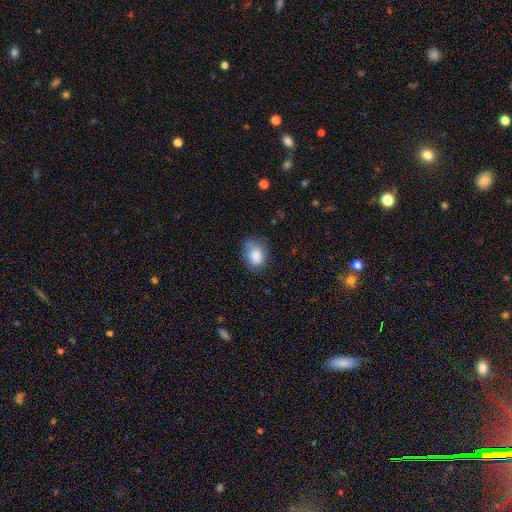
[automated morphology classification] This is clearly a smooth galaxy (84%). How rounded: likely in between (62%). Merging: likely none (62%).